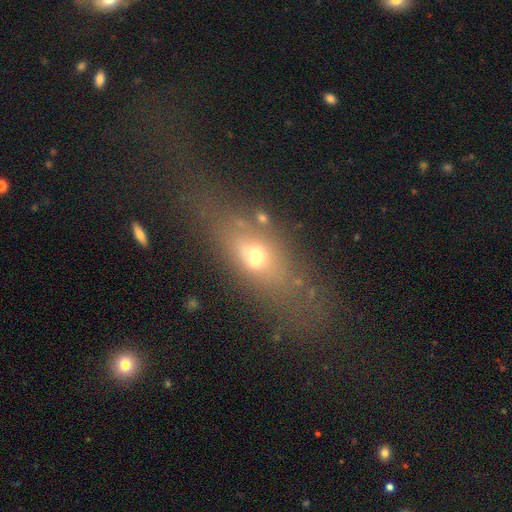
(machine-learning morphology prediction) type=smooth (46%); merging=none (45%).